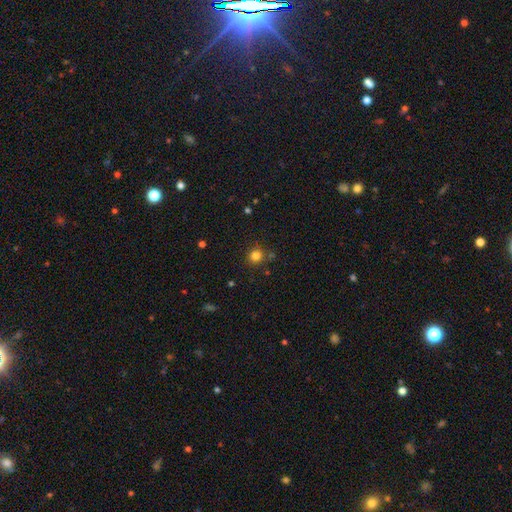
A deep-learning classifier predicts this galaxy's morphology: Smooth or featured? Predicted: smooth (p=0.81). How rounded? Predicted: round (p=0.90). Merging? Predicted: none (p=0.81).